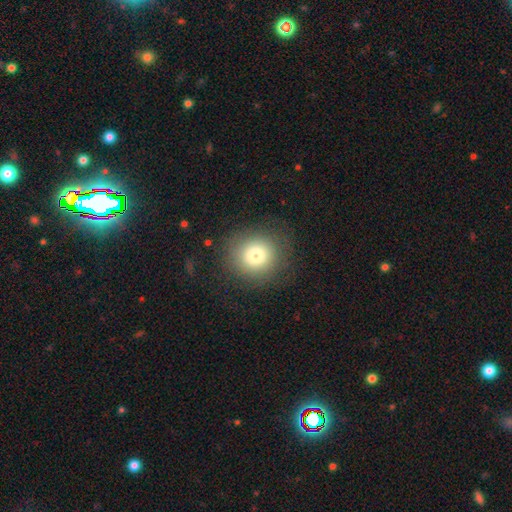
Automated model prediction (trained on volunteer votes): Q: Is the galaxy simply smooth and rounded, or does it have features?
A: smooth — 76%.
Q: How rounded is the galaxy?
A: round — 90%.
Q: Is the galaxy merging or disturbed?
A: none — 85%.